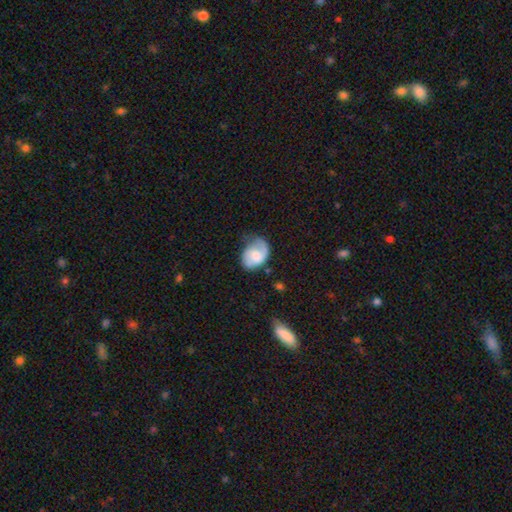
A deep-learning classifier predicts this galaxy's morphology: A featured or disk galaxy (52%) with no bar (58%), spiral arms (85%) and a moderate central bulge (44%).

Vote fractions:
- Smooth or featured? featured or disk: 52% / smooth: 41% / star or artifact: 7%
- Edge-on disk? no: 97% / yes: 3%
- Bar? no: 58% / weak: 36% / strong: 7%
- Spiral arms? yes: 85% / no: 15%
- Bulge size? moderate: 44% / small: 28% / large: 14% / none: 12% / dominant: 2%
- Merging? none: 46% / minor disturbance: 33% / major disturbance: 18% / merger: 2%